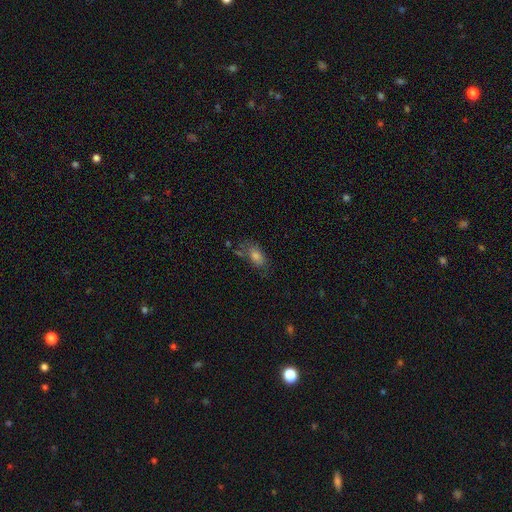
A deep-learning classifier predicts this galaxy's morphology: A smooth galaxy with no disk features (64%) that is in between round and cigar-shaped (84%).

Vote fractions:
- Smooth or featured? smooth: 64% / featured or disk: 20% / star or artifact: 16%
- How rounded? in between: 84% / round: 9% / cigar-shaped: 7%
- Merging? none: 61% / minor disturbance: 21% / merger: 9% / major disturbance: 9%